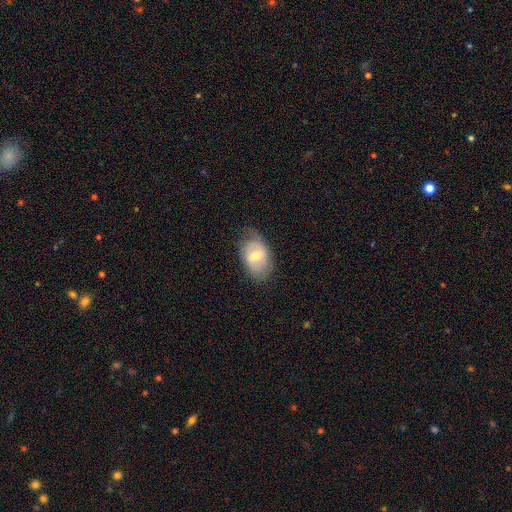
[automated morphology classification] Smooth or featured? Predicted: smooth (p=0.48). Merging? Predicted: none (p=0.63).